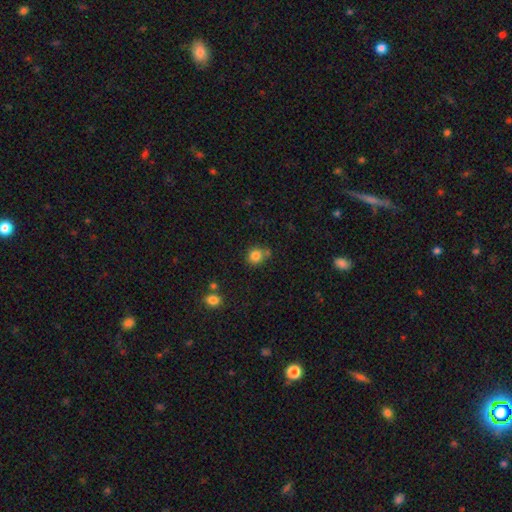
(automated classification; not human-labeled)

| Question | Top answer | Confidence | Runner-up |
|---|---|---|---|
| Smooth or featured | smooth | 82% | star or artifact (12%) |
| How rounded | round | 87% | in between (12%) |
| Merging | none | 71% | merger (14%) |